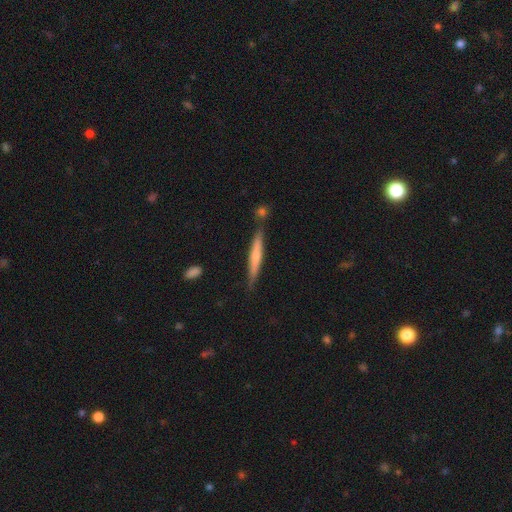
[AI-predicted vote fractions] A smooth galaxy with no disk features (52%) that is cigar-shaped (94%). Merging: none (78%).